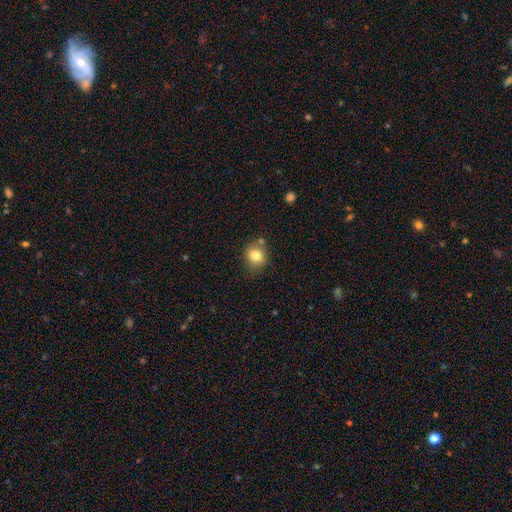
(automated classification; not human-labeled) The model was most divided on "how rounded": round: 78%, in between: 21%, cigar-shaped: 1%. More confident: smooth or featured — smooth (80%); merging — none (73%).